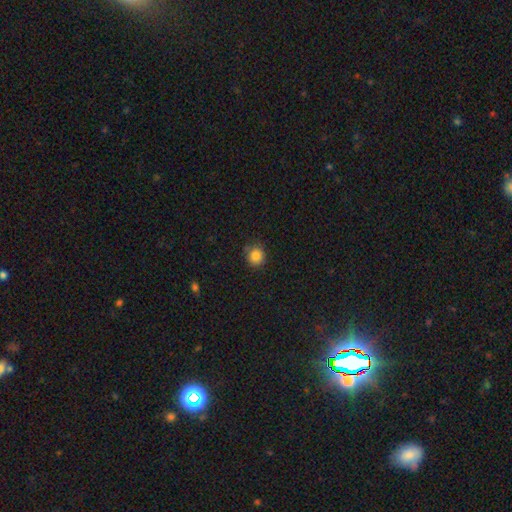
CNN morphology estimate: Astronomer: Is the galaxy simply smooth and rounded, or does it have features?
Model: smooth — 84%.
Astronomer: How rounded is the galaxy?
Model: round — 89%.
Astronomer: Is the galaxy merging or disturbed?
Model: none — 81%.